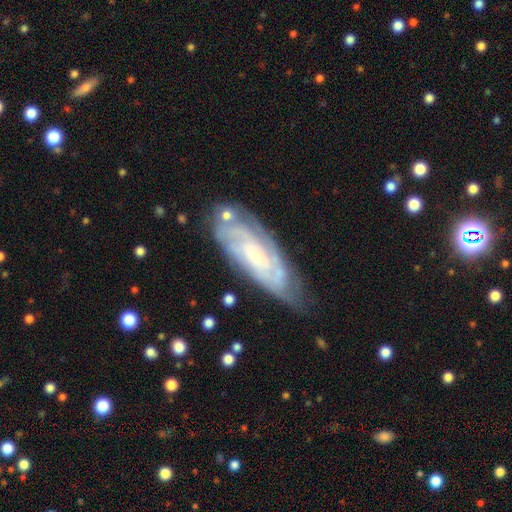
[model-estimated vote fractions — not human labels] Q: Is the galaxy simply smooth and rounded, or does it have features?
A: featured or disk — 78%.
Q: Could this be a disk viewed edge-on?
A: no — 88%.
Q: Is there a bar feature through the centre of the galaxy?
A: no — 67%.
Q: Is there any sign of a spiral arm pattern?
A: yes — 93%.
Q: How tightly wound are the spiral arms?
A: tight — 68%.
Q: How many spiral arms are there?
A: can't tell — 45%.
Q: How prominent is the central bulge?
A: small — 69%.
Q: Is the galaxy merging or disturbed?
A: none — 67%.